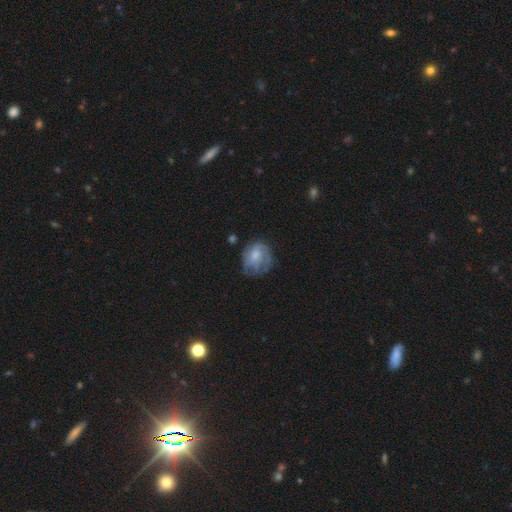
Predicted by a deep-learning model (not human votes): Smooth or featured? smooth (47%)
Merging? none (54%)